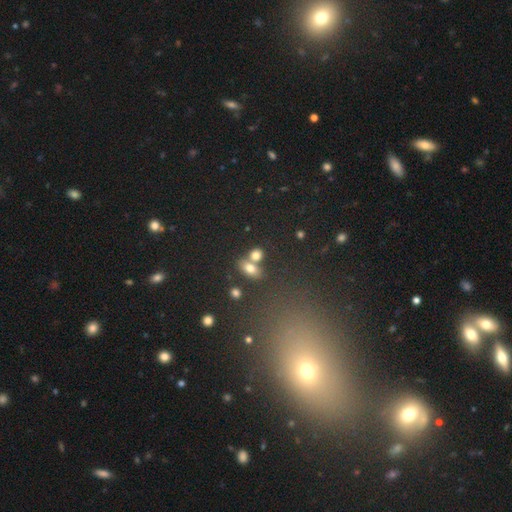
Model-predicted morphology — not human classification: This is likely a smooth galaxy (75%). How rounded: likely in between (70%). Merging: marginally none (44%).